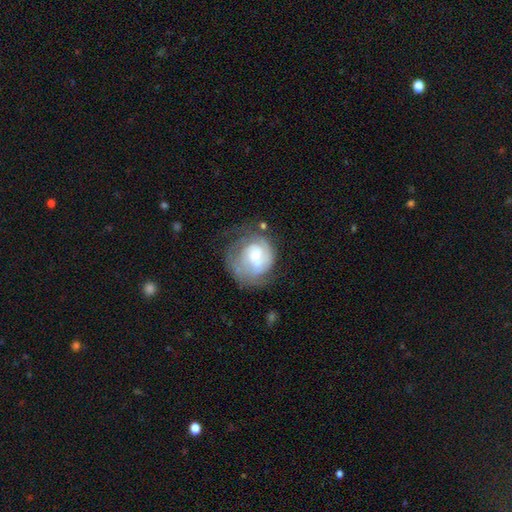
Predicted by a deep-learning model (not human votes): A featured or disk galaxy (69%) with no bar (56%), tight (60%) spiral arms (82%) and a small central bulge (47%).

Vote fractions:
- Smooth or featured? featured or disk: 69% / smooth: 24% / star or artifact: 7%
- Edge-on disk? no: 97% / yes: 3%
- Bar? no: 56% / weak: 35% / strong: 8%
- Spiral arms? yes: 82% / no: 18%
- Spiral winding? tight: 60% / medium: 29% / loose: 11%
- Spiral arm count? can't tell: 40% / 2: 36% / 3: 9% / 1: 9% / 4: 3% / more than 4: 3%
- Bulge size? small: 47% / moderate: 46% / large: 5% / none: 2% / dominant: 1%
- Merging? none: 55% / minor disturbance: 23% / major disturbance: 19% / merger: 3%